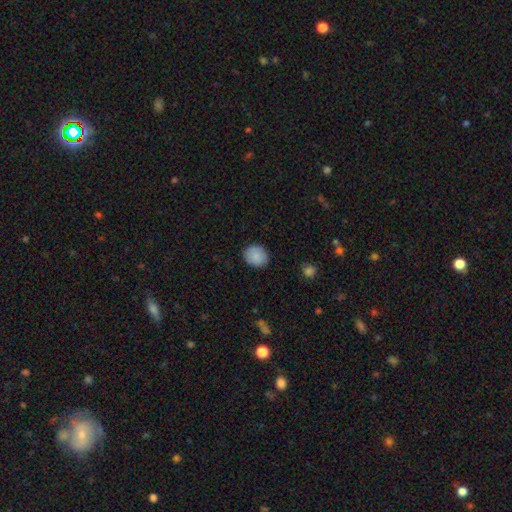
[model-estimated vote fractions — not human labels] Overall: smooth (87%). How rounded: round (77%). Merging: none (88%).